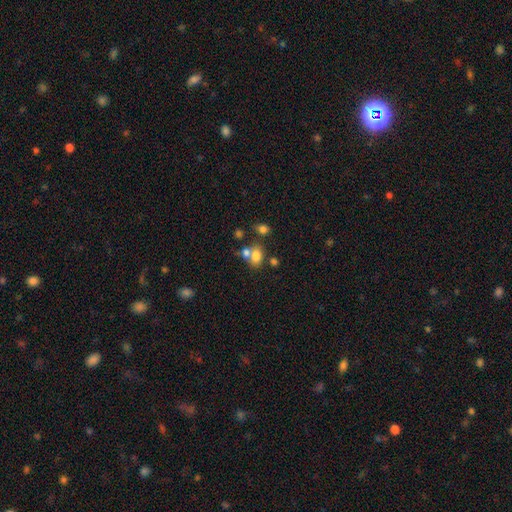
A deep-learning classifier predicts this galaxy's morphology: This appears to be a smooth galaxy with no disk features (75%) that is in between round and cigar-shaped (73%). Merging: none (45%).